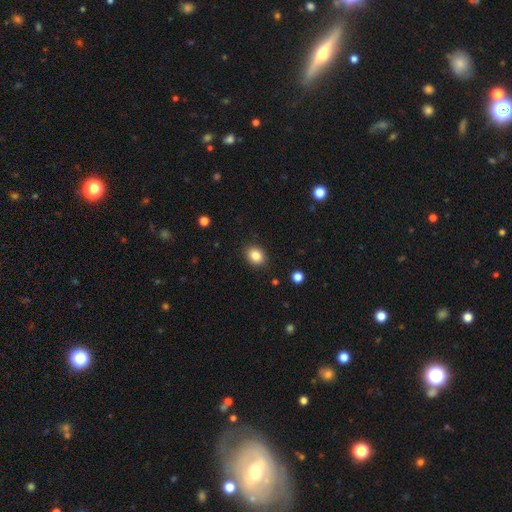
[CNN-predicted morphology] smooth 85%, star or artifact 10%, featured or disk 6%. Down the decision tree: how rounded — round (52%); merging — none (89%).